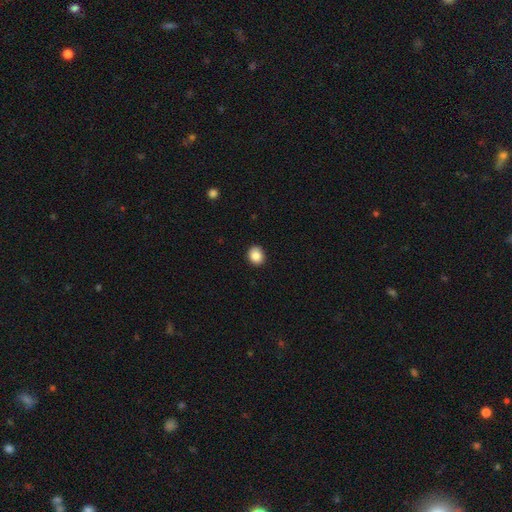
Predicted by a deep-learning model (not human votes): This appears to be a smooth galaxy with no disk features (87%) that is round (72%). Merging: none (91%).